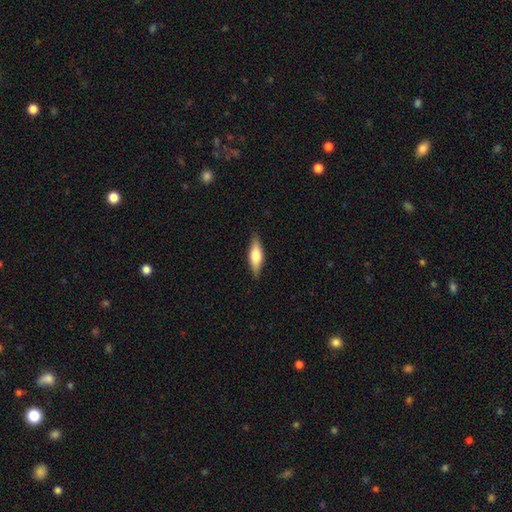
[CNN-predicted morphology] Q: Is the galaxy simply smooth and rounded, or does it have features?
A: smooth — 62%.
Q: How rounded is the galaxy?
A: in between — 54%.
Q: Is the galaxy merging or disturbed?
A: none — 86%.